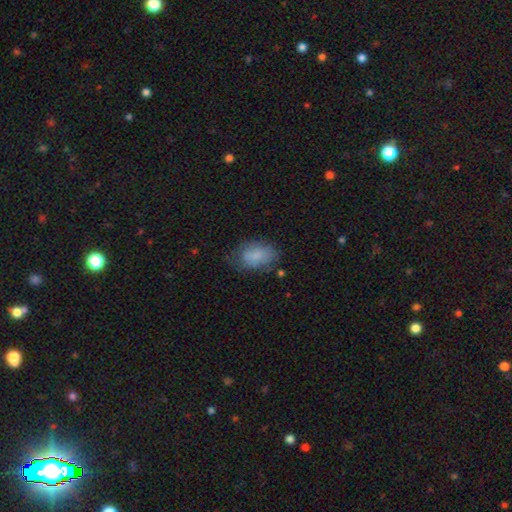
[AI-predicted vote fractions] Smooth or featured: smooth — 79% (featured or disk — 13%)
How rounded: in between — 88% (round — 10%)
Merging: none — 58% (minor disturbance — 29%)